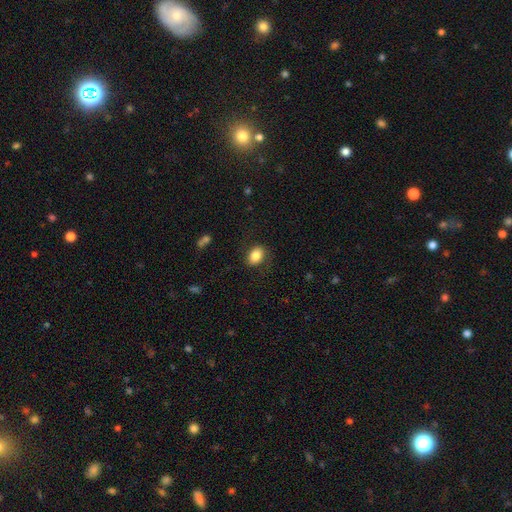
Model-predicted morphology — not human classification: Smooth or featured? Predicted: smooth (p=0.83). How rounded? Predicted: in between (p=0.77). Merging? Predicted: none (p=0.79).